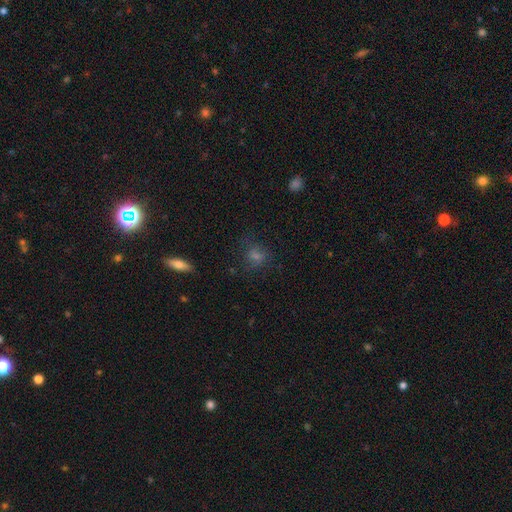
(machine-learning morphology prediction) Smooth or featured?
  - smooth: 51% *
  - star or artifact: 28%
  - featured or disk: 21%
How rounded?
  - round: 64% *
  - in between: 33%
  - cigar-shaped: 3%
Merging?
  - none: 71% *
  - minor disturbance: 17%
  - major disturbance: 10%
  - merger: 2%